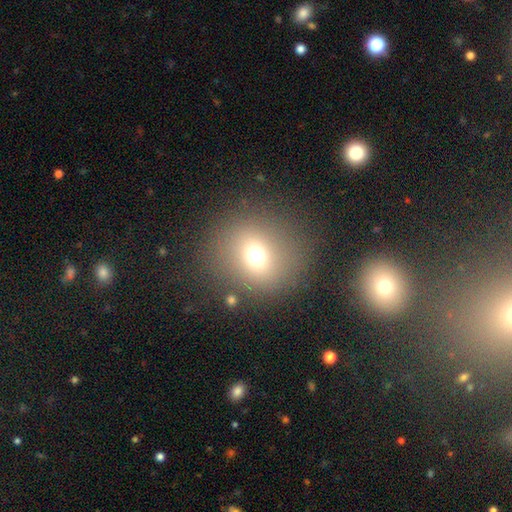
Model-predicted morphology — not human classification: This is likely a smooth galaxy (69%). How rounded: clearly round (80%). Merging: clearly none (84%).